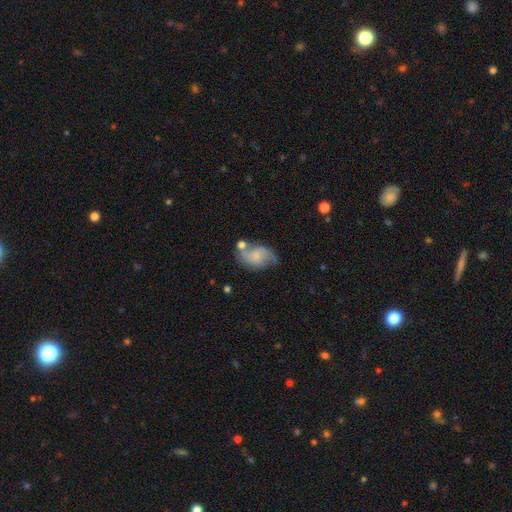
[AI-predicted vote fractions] The model was most divided on "bulge size": none: 45%, small: 29%, moderate: 17%, large: 6%, dominant: 2%. Remaining: edge-on disk — no (97%); spiral arms — yes (86%); bar — no (66%); smooth or featured — featured or disk (56%); merging — none (48%).